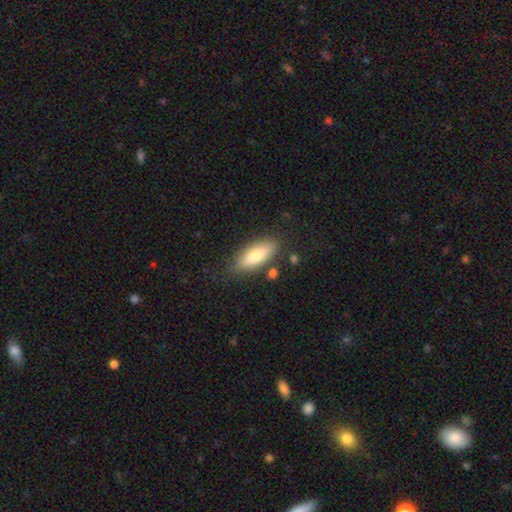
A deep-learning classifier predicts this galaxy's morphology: smooth-or-featured: smooth: 74% | featured or disk: 19% | star or artifact: 6%
  how-rounded: in between: 73% | cigar-shaped: 25% | round: 2%
  merging: none: 80% | minor disturbance: 13% | merger: 4% | major disturbance: 3%